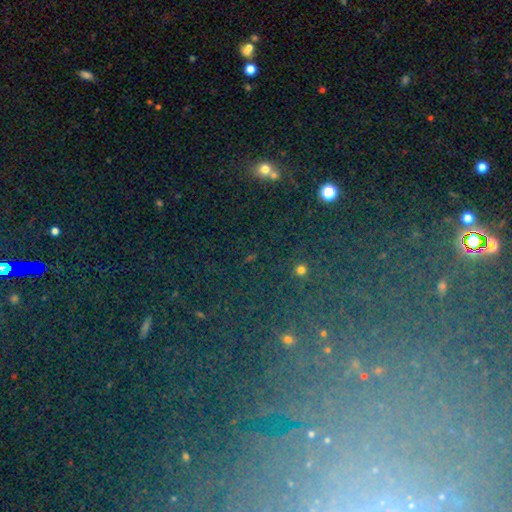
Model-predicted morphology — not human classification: Q: Smooth or featured?
A: star or artifact (60%); runner-up: smooth (22%)